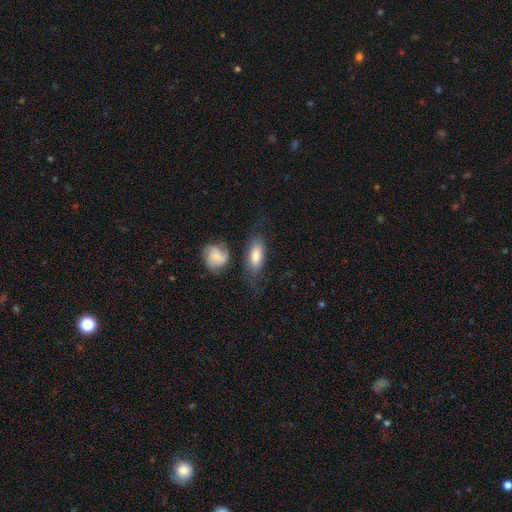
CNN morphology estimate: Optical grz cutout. It shows a smooth galaxy with no disk features (73%) that is in between round and cigar-shaped (82%). Merging: none (57%).